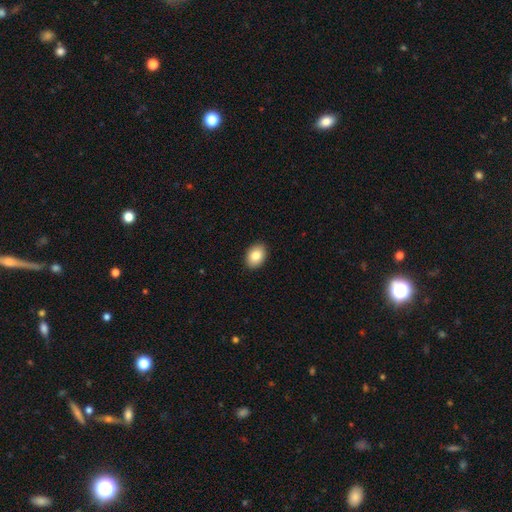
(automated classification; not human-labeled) A smooth galaxy with no disk features (85%) that is in between round and cigar-shaped (76%).

Vote fractions:
- Smooth or featured? smooth: 85% / featured or disk: 8% / star or artifact: 8%
- How rounded? in between: 76% / round: 23% / cigar-shaped: 1%
- Merging? none: 91% / minor disturbance: 6% / major disturbance: 2% / merger: 1%